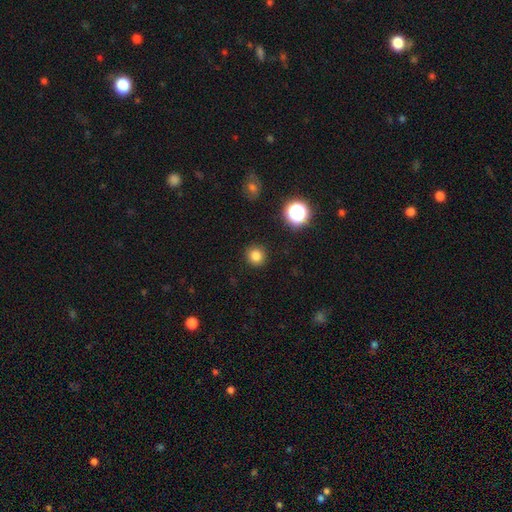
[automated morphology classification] Q: Smooth or featured?
A: smooth (81%); runner-up: star or artifact (14%)
Q: How rounded?
A: round (92%); runner-up: in between (7%)
Q: Merging?
A: none (91%); runner-up: minor disturbance (6%)